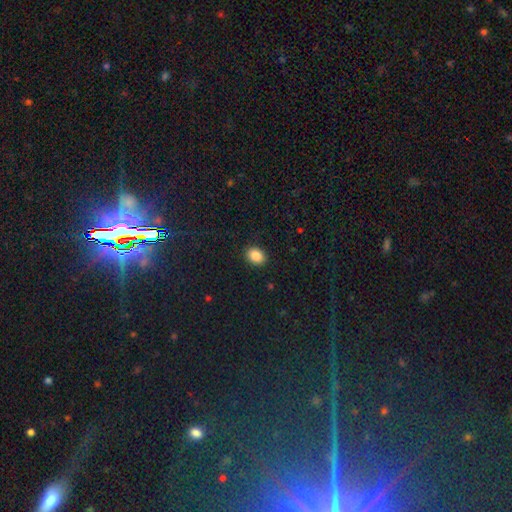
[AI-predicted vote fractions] smooth 88%, star or artifact 9%, featured or disk 3%. Down the decision tree: how rounded — in between (66%); merging — none (89%).